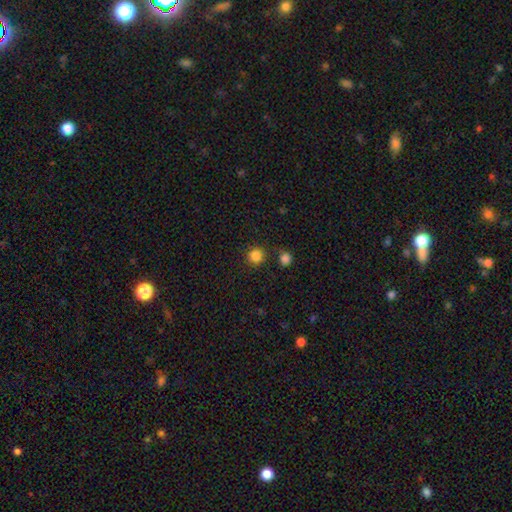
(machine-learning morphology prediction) Smooth or featured? Predicted: smooth (p=0.84). How rounded? Predicted: round (p=0.93). Merging? Predicted: none (p=0.84).